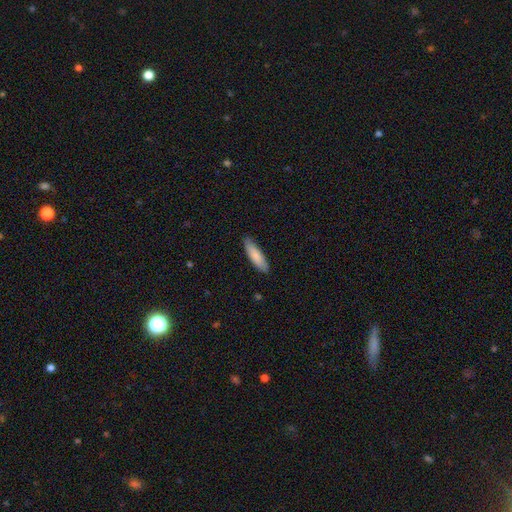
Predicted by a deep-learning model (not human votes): A smooth galaxy with no disk features (83%) that is cigar-shaped (61%).

Vote fractions:
- Smooth or featured? smooth: 83% / featured or disk: 11% / star or artifact: 5%
- How rounded? cigar-shaped: 61% / in between: 38% / round: 1%
- Merging? none: 86% / minor disturbance: 12% / major disturbance: 2% / merger: 1%